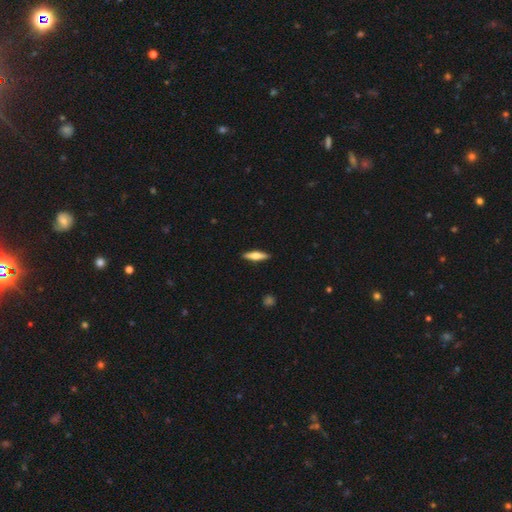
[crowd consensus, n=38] Overall: smooth (58%; featured or disk 39%). How rounded: in between (50%, tied with cigar-shaped). Merging: none (89%).